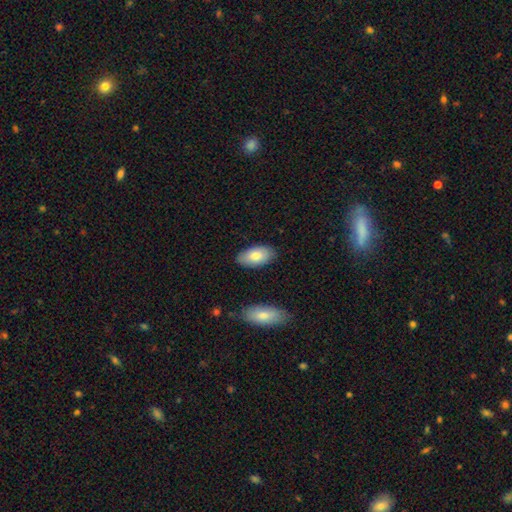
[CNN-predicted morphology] This appears to be a smooth galaxy with no disk features (80%) that is in between round and cigar-shaped (95%). Merging: none (83%).